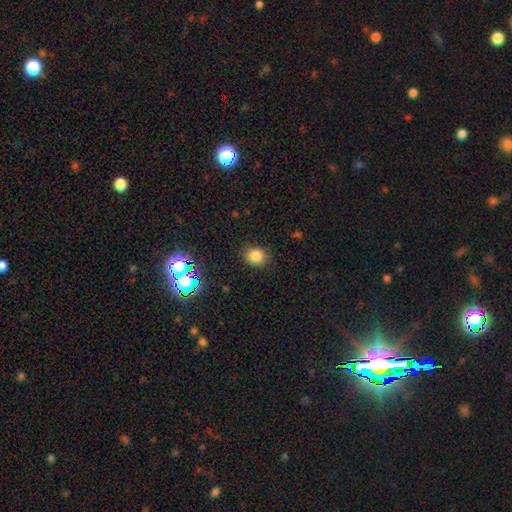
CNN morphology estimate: smooth-or-featured: smooth: 81% | star or artifact: 14% | featured or disk: 5%
  how-rounded: round: 65% | in between: 34% | cigar-shaped: 1%
  merging: none: 86% | minor disturbance: 10% | major disturbance: 3% | merger: 1%